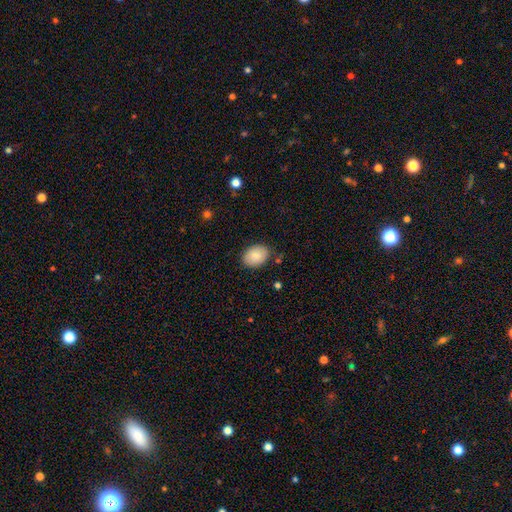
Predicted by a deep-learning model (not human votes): Smooth or featured? smooth (85%)
How rounded? in between (70%)
Merging? none (84%)